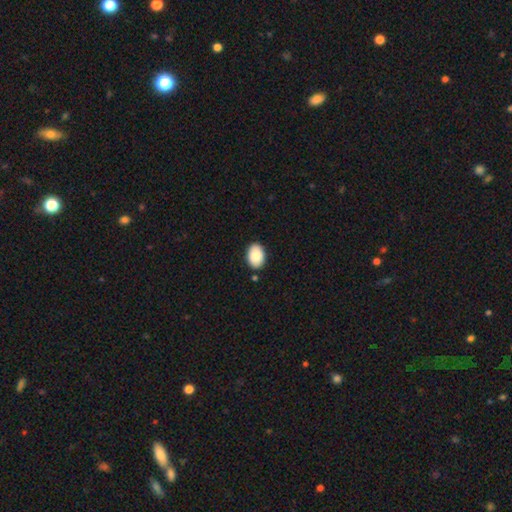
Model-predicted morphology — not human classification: Smooth or featured: smooth — 88% (star or artifact — 7%)
How rounded: in between — 83% (round — 16%)
Merging: none — 87% (minor disturbance — 9%)